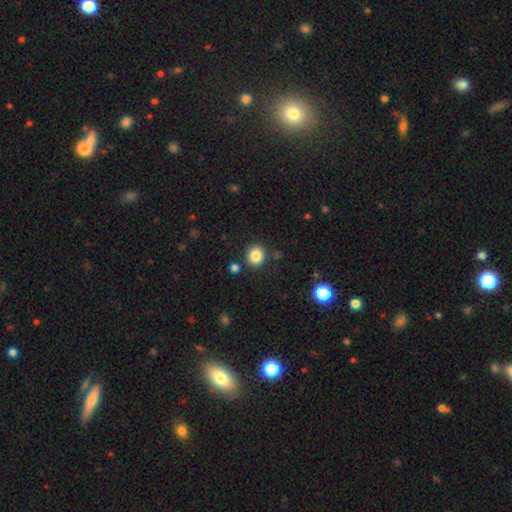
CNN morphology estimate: Smooth or featured? smooth (84%)
How rounded? round (88%)
Merging? none (87%)